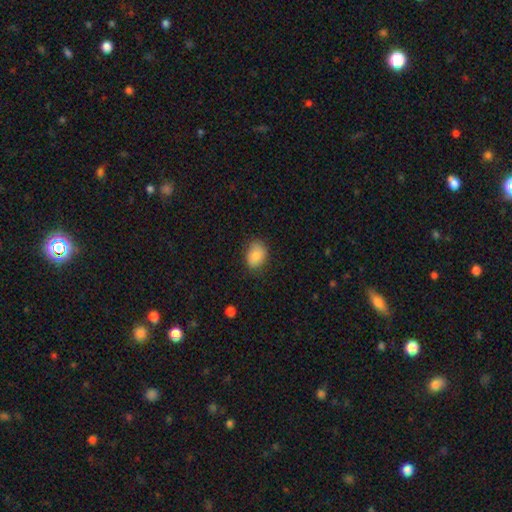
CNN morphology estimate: Smooth or featured: smooth — 84% (star or artifact — 8%)
How rounded: in between — 70% (round — 29%)
Merging: none — 77% (minor disturbance — 18%)